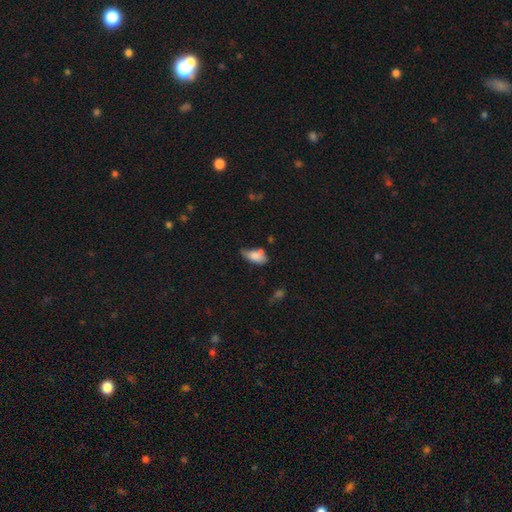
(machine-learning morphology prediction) Overall: smooth (76%). How rounded: in between (88%). Merging: minor disturbance (38%; none 34%).